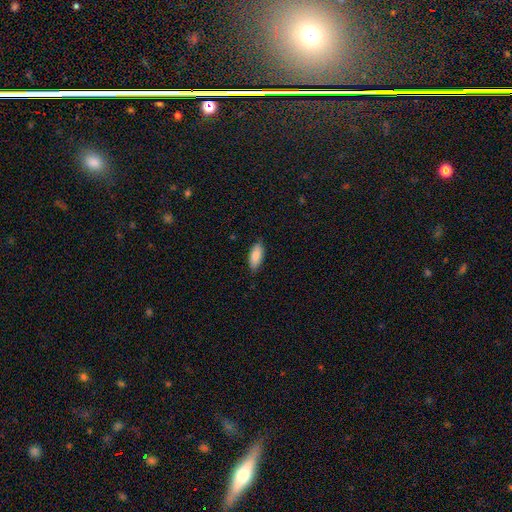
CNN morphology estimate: smooth 87%, featured or disk 7%, star or artifact 6%. Down the decision tree: how rounded — in between (81%); merging — none (84%).